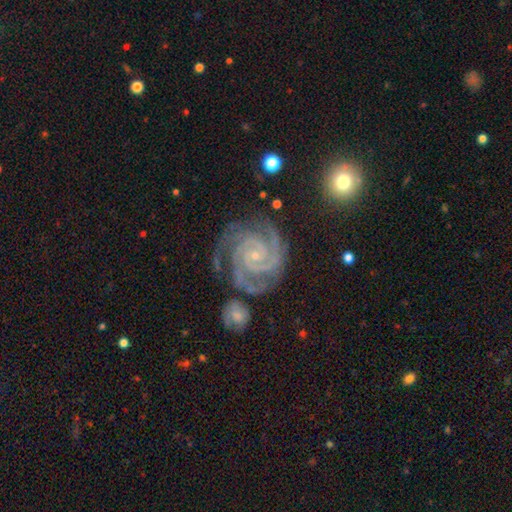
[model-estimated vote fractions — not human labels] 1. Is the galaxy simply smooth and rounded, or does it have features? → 93% featured or disk, 4% star or artifact, 2% smooth.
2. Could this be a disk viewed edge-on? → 98% no, 2% yes.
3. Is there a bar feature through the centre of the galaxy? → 65% no, 24% weak, 11% strong.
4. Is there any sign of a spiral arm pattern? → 99% yes, 1% no.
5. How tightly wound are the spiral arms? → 79% tight, 19% medium, 2% loose.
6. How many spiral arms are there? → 38% 2, 36% 3, 10% 4, 7% can't tell, 5% more than 4, 5% 1.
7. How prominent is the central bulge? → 84% small, 12% moderate, 3% none, 1% large, 1% dominant.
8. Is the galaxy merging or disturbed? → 68% none, 19% minor disturbance, 7% major disturbance, 6% merger.